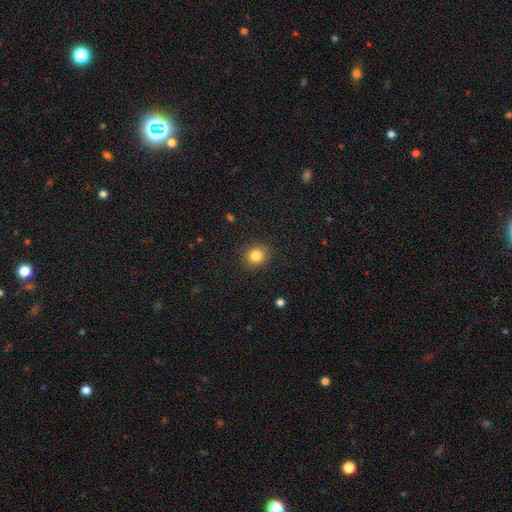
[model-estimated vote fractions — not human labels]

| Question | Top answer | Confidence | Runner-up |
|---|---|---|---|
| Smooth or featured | smooth | 84% | star or artifact (11%) |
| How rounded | round | 79% | in between (20%) |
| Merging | none | 88% | minor disturbance (8%) |